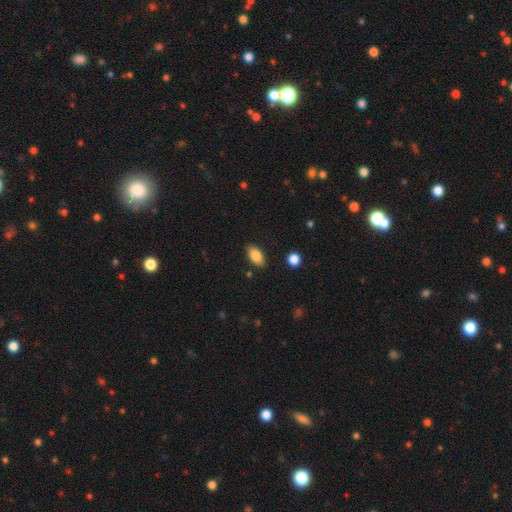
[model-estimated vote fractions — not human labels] This is clearly a smooth galaxy (84%). How rounded: clearly in between (91%). Merging: clearly none (86%).